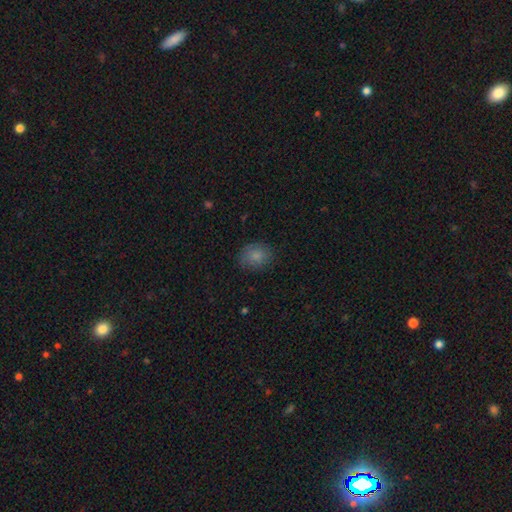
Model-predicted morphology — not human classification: A smooth galaxy with no disk features (82%) that is round (58%).

Vote fractions:
- Smooth or featured? smooth: 82% / star or artifact: 9% / featured or disk: 9%
- How rounded? round: 58% / in between: 41% / cigar-shaped: 1%
- Merging? none: 80% / minor disturbance: 16% / major disturbance: 4% / merger: 1%